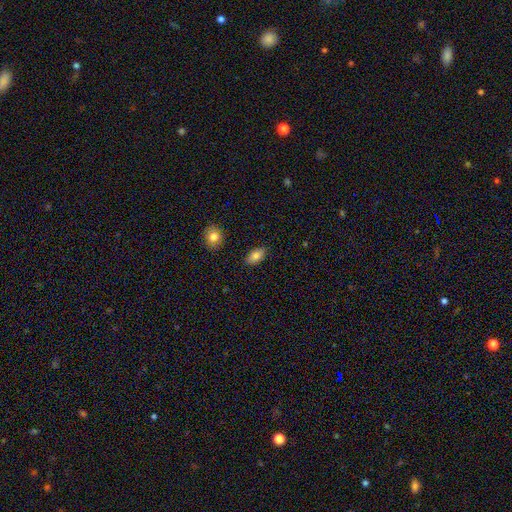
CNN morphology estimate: This is clearly a smooth galaxy (81%). How rounded: clearly in between (90%). Merging: clearly none (86%).